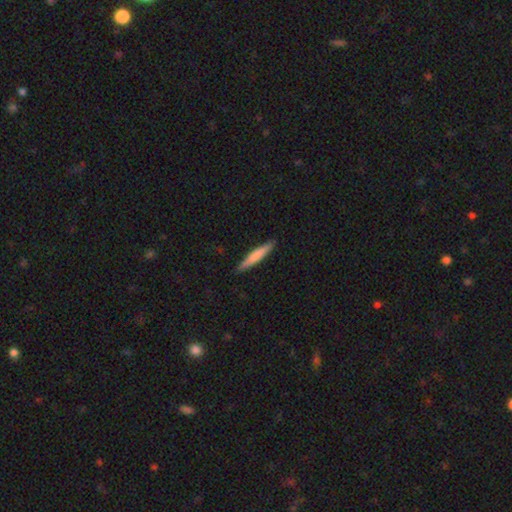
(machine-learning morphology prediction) This appears to be a smooth galaxy with no disk features (71%) that is cigar-shaped (93%). Merging: none (91%).